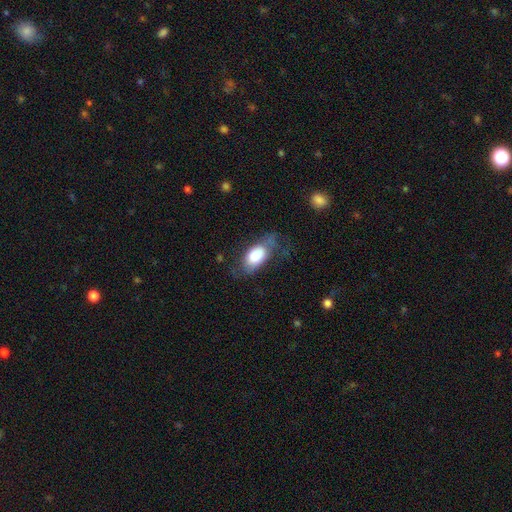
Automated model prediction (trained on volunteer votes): Smooth or featured? smooth (76%)
How rounded? in between (91%)
Merging? none (44%)